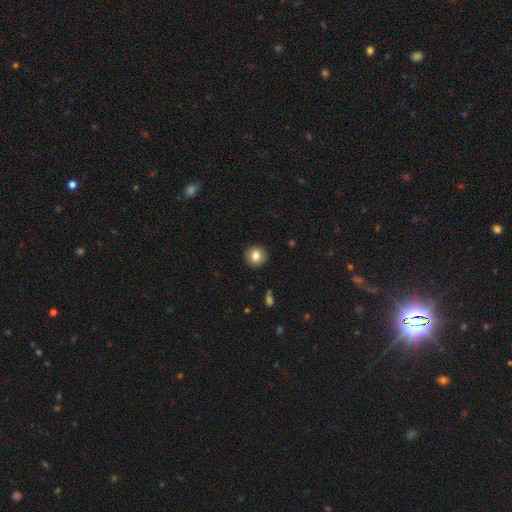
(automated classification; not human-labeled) smooth_or_featured: smooth (p=0.82) [alt: featured or disk p=0.09]
how_rounded: round (p=0.95) [alt: in between p=0.04]
merging: none (p=0.92) [alt: minor disturbance p=0.05]